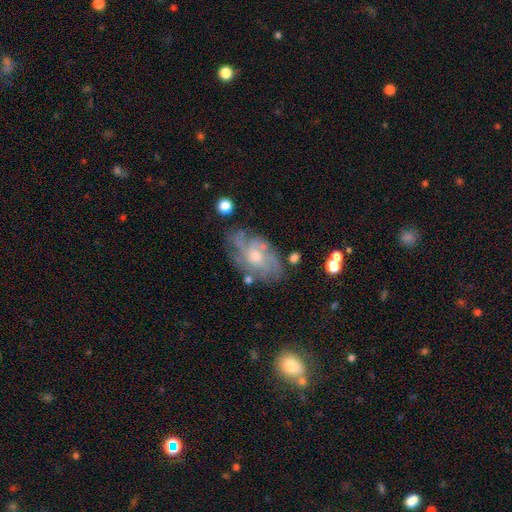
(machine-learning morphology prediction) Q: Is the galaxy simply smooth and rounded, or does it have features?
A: featured or disk — 74%.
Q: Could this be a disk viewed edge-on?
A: no — 95%.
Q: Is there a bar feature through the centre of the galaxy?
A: no — 76%.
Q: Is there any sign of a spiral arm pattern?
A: yes — 84%.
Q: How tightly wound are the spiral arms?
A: tight — 48%.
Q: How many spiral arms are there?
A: can't tell — 49%.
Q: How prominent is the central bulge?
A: moderate — 56%.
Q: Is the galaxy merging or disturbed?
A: none — 67%.